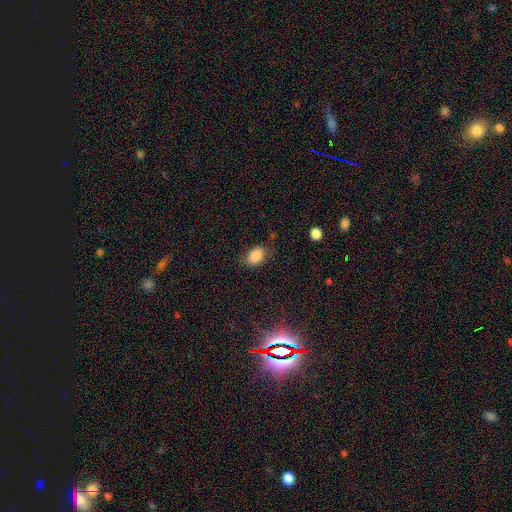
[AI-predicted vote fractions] This appears to be a smooth galaxy with no disk features (85%) that is in between round and cigar-shaped (87%). Merging: none (75%).